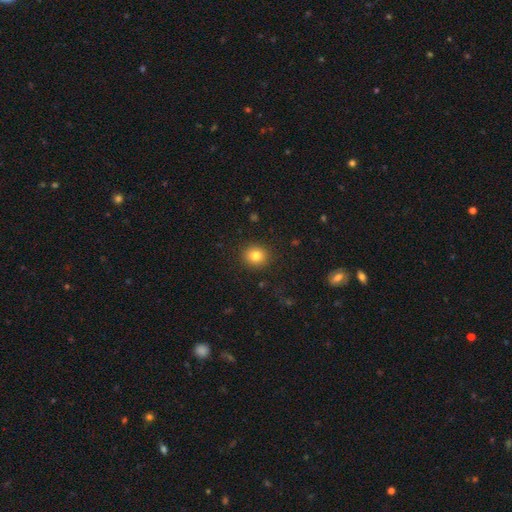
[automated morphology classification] Q: Smooth or featured?
A: smooth (82%); runner-up: star or artifact (11%)
Q: How rounded?
A: round (84%); runner-up: in between (15%)
Q: Merging?
A: none (90%); runner-up: minor disturbance (6%)